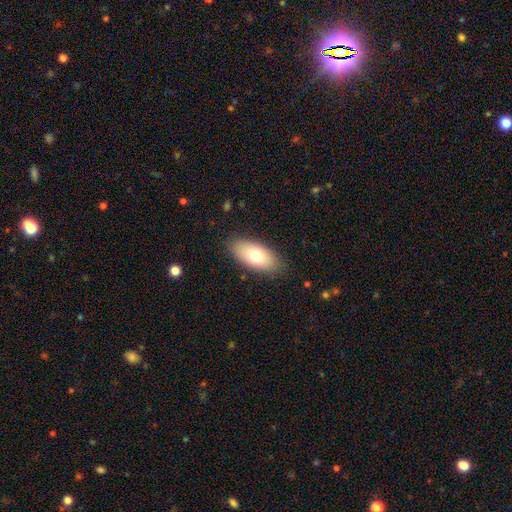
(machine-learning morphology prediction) Overall: smooth (73%). How rounded: in between (91%). Merging: none (84%).